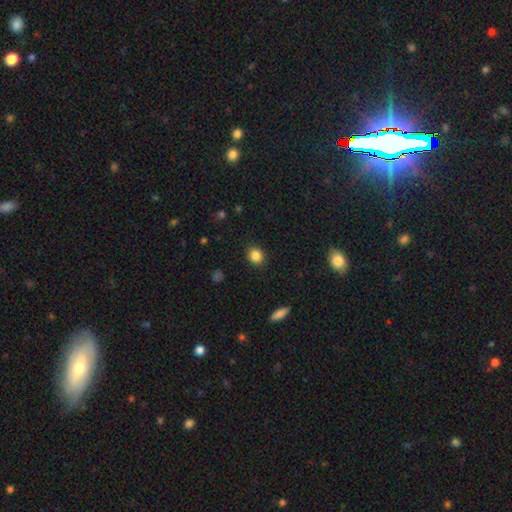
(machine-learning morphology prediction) A smooth galaxy with no disk features (85%) that is round (69%). Merging: none (89%).